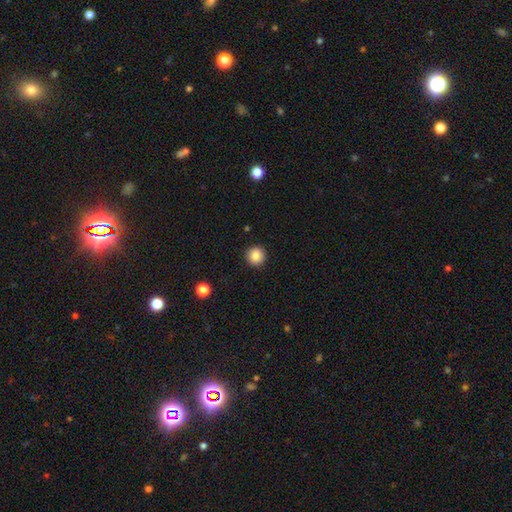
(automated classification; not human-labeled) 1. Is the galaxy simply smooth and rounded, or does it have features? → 86% smooth, 9% star or artifact, 5% featured or disk.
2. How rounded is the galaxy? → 96% round, 4% in between, 1% cigar-shaped.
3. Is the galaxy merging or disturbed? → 92% none, 5% minor disturbance, 2% major disturbance, 1% merger.